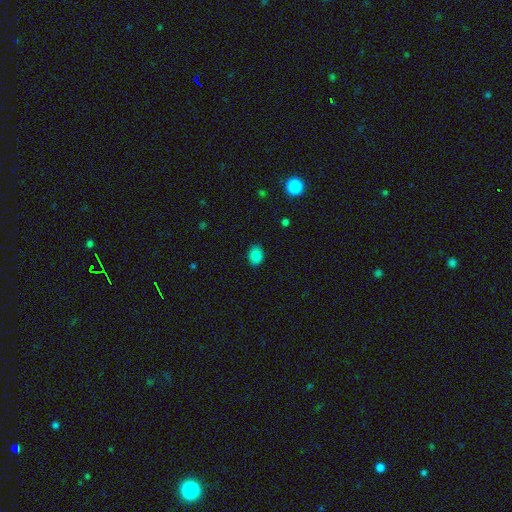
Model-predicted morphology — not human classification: Q: Smooth or featured?
A: smooth (85%); runner-up: star or artifact (12%)
Q: How rounded?
A: in between (68%); runner-up: round (31%)
Q: Merging?
A: none (84%); runner-up: minor disturbance (12%)